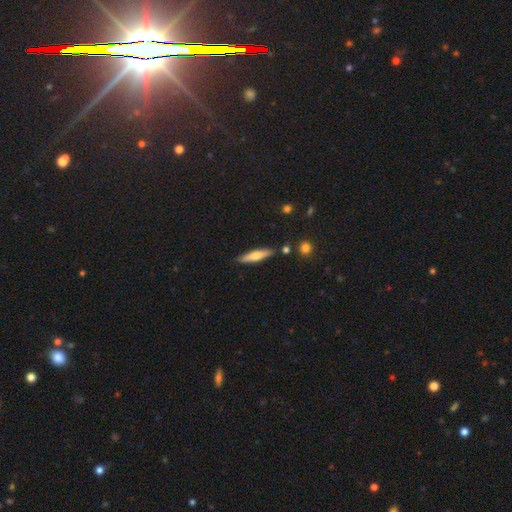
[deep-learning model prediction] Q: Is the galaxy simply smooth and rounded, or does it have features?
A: smooth — 56%.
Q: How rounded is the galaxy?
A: cigar-shaped — 83%.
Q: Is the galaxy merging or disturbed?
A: none — 86%.